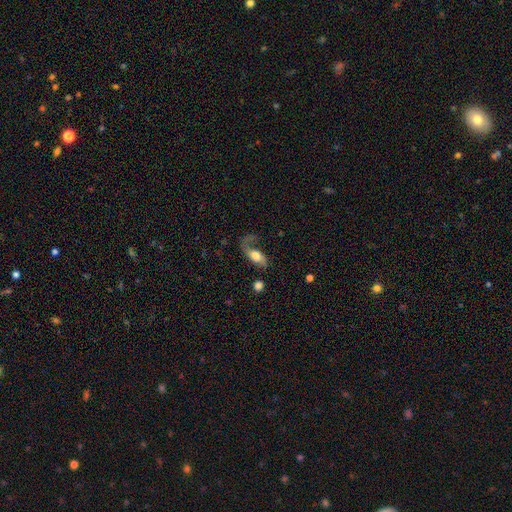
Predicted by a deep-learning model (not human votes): smooth 49%, featured or disk 44%, star or artifact 7%. Down the decision tree: merging — major disturbance (40%).